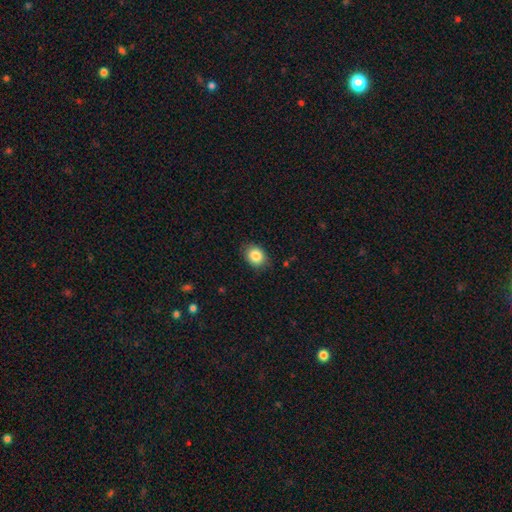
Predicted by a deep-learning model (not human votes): smooth_or_featured: smooth (p=0.85) [alt: star or artifact p=0.09]
how_rounded: in between (p=0.50) [alt: round p=0.49]
merging: none (p=0.83) [alt: minor disturbance p=0.13]